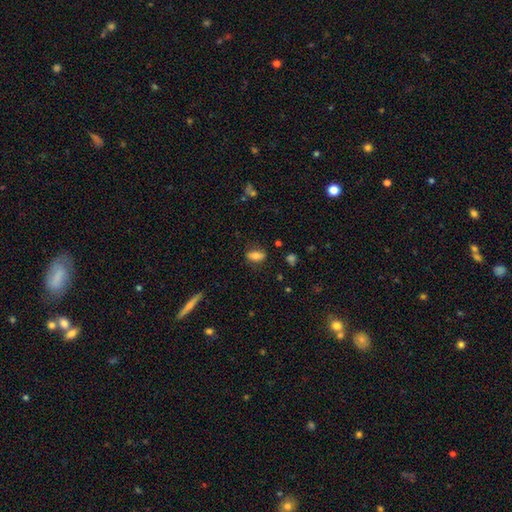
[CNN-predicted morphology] Smooth or featured: smooth — 76% (featured or disk — 14%)
How rounded: in between — 83% (cigar-shaped — 9%)
Merging: none — 80% (minor disturbance — 14%)